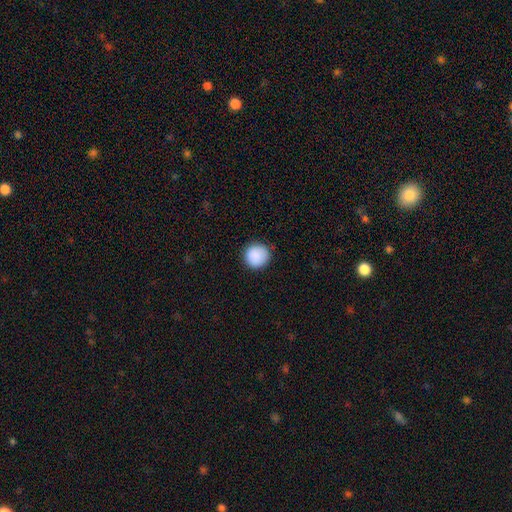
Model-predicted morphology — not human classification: This is clearly a smooth galaxy (90%). How rounded: clearly round (95%). Merging: clearly none (89%).